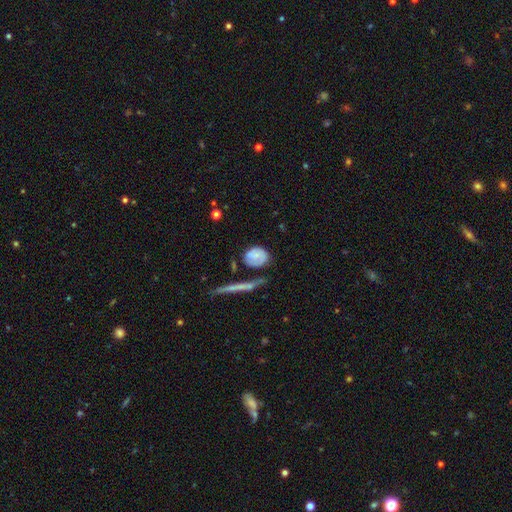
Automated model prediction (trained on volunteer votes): A smooth galaxy with no disk features (63%) that is round (58%).

Vote fractions:
- Smooth or featured? smooth: 63% / featured or disk: 29% / star or artifact: 8%
- How rounded? round: 58% / in between: 38% / cigar-shaped: 4%
- Merging? none: 52% / minor disturbance: 26% / major disturbance: 13% / merger: 9%